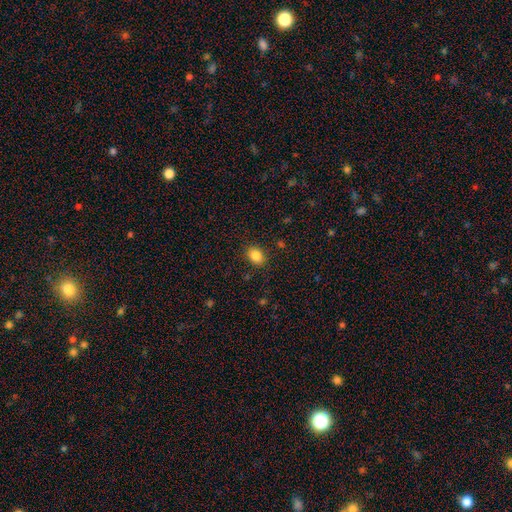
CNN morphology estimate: Smooth or featured? smooth (85%)
How rounded? in between (60%)
Merging? none (87%)